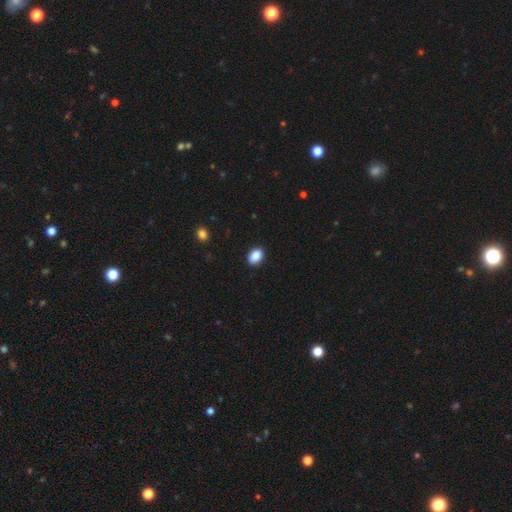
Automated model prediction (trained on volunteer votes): Smooth or featured? Predicted: smooth (p=0.87). How rounded? Predicted: in between (p=0.81). Merging? Predicted: none (p=0.90).